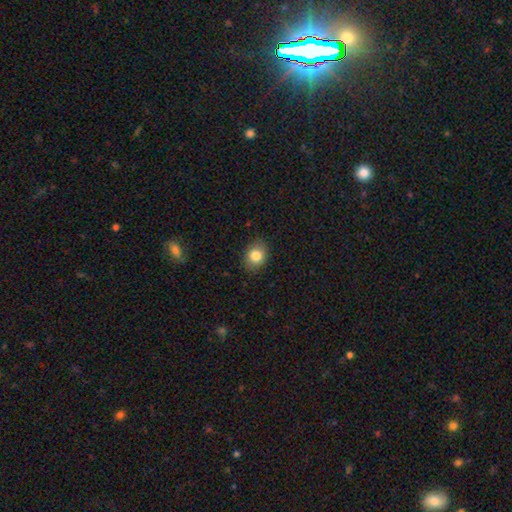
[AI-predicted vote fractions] A smooth galaxy with no disk features (83%) that is round (50%).

Vote fractions:
- Smooth or featured? smooth: 83% / star or artifact: 9% / featured or disk: 8%
- How rounded? round: 50% / in between: 49% / cigar-shaped: 1%
- Merging? none: 85% / minor disturbance: 12% / major disturbance: 3% / merger: 1%